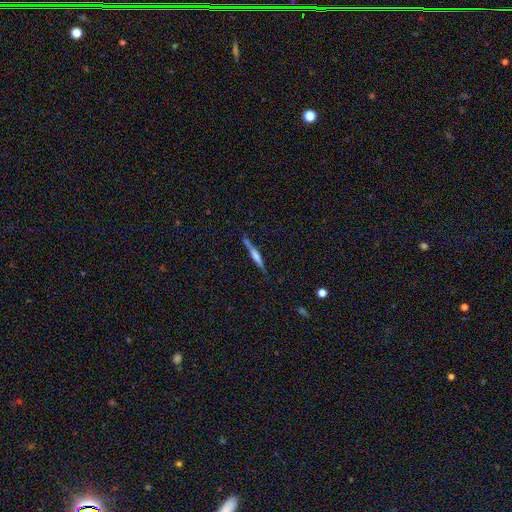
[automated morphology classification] Smooth or featured?
  - featured or disk: 57% *
  - smooth: 36%
  - star or artifact: 7%
Edge-on disk?
  - yes: 97% *
  - no: 3%
Edge-on bulge?
  - rounded: 47% *
  - none: 27%
  - boxy: 26%
Merging?
  - none: 85% *
  - minor disturbance: 11%
  - major disturbance: 2%
  - merger: 2%